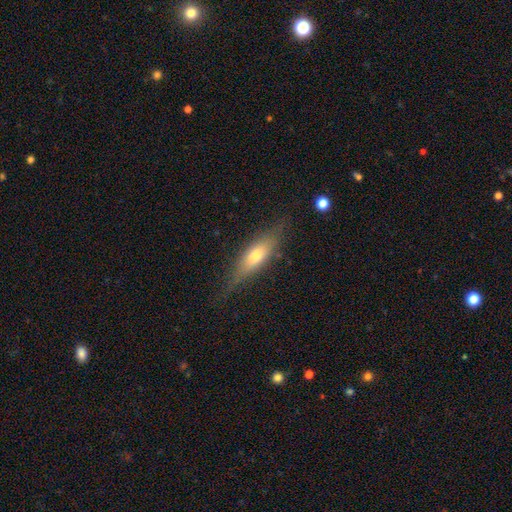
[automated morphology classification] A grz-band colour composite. It shows a smooth galaxy with no disk features (52%) that is cigar-shaped (57%). Merging: none (75%).